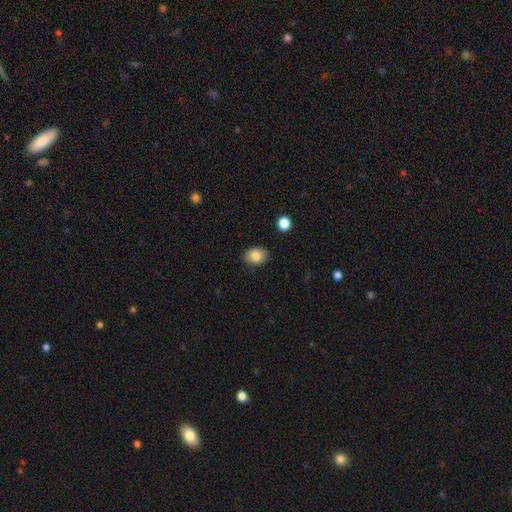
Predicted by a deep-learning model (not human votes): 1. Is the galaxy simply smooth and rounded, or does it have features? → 85% smooth, 8% star or artifact, 6% featured or disk.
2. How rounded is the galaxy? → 69% in between, 30% round, 1% cigar-shaped.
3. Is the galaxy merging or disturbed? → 85% none, 11% minor disturbance, 3% major disturbance, 2% merger.